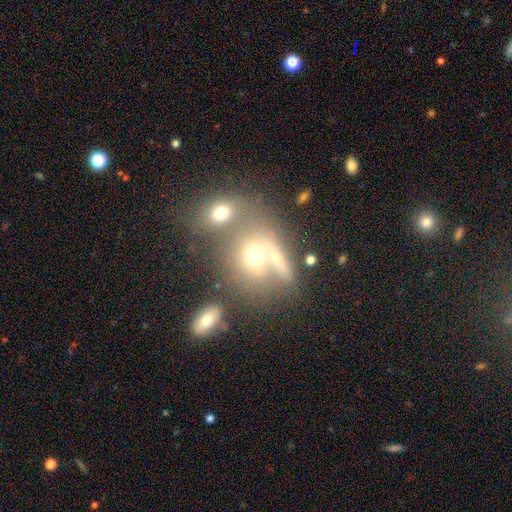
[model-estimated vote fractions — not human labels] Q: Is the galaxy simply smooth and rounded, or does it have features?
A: smooth — 50%.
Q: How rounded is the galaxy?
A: round — 60%.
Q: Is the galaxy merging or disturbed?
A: merger — 54%.